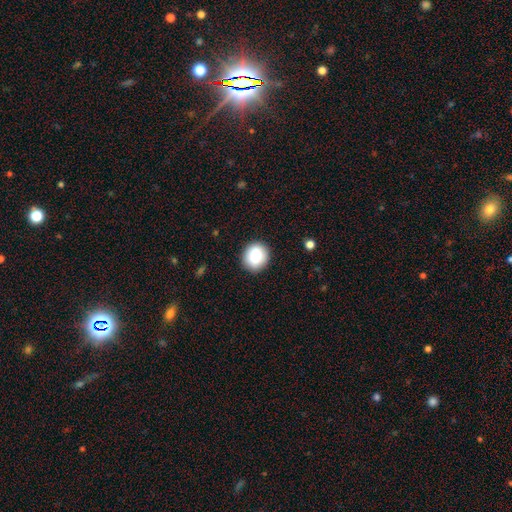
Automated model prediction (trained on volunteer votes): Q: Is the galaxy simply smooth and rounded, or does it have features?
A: smooth — 85%.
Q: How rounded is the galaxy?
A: round — 78%.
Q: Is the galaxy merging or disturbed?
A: none — 89%.